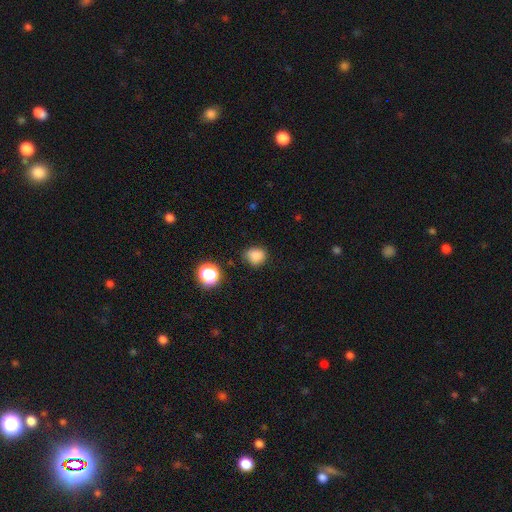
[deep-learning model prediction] Smooth or featured? Predicted: smooth (p=0.82). How rounded? Predicted: round (p=0.66). Merging? Predicted: none (p=0.72).